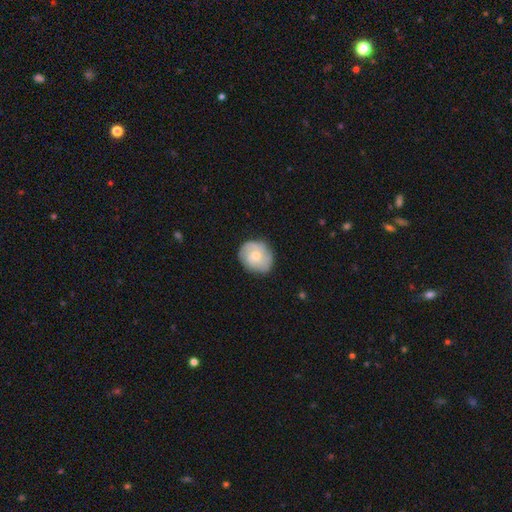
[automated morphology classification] smooth-or-featured: smooth: 49% | featured or disk: 44% | star or artifact: 6%
  merging: none: 79% | minor disturbance: 16% | major disturbance: 4% | merger: 1%